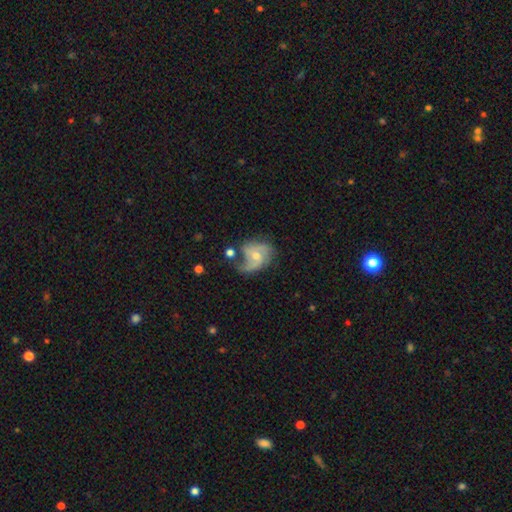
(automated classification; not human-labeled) Q: Smooth or featured?
A: featured or disk (76%); runner-up: smooth (17%)
Q: Edge-on disk?
A: no (97%); runner-up: yes (3%)
Q: Bar?
A: no (58%); runner-up: weak (35%)
Q: Spiral arms?
A: yes (91%); runner-up: no (9%)
Q: Spiral winding?
A: medium (43%); runner-up: loose (40%)
Q: Spiral arm count?
A: 2 (58%); runner-up: 3 (13%)
Q: Bulge size?
A: moderate (53%); runner-up: small (42%)
Q: Merging?
A: none (45%); runner-up: minor disturbance (27%)